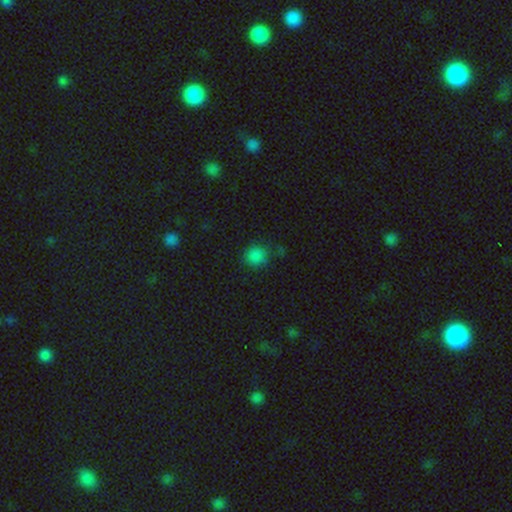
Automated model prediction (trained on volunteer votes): smooth 81%, star or artifact 15%, featured or disk 4%. Down the decision tree: how rounded — round (87%); merging — none (76%).